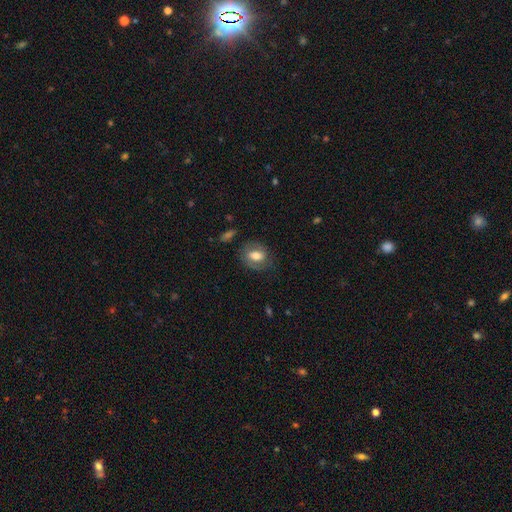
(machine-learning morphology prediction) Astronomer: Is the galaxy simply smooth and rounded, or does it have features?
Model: smooth — 54% (runner-up: featured or disk, 39%).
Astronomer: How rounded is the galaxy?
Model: in between — 60% (runner-up: round, 38%).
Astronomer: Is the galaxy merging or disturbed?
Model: none — 73%.